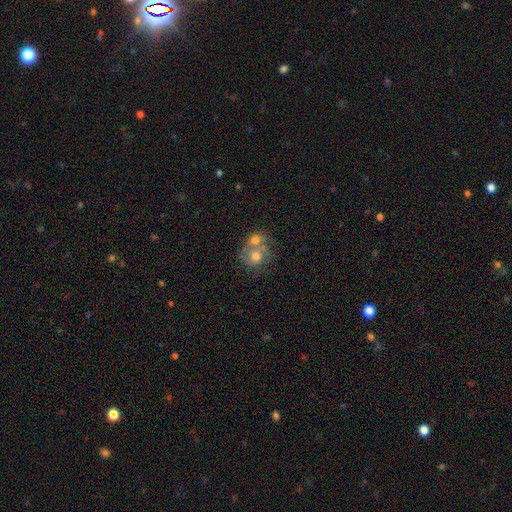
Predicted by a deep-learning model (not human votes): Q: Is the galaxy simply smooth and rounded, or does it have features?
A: smooth — 46%.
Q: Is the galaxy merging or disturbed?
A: merger — 54%.